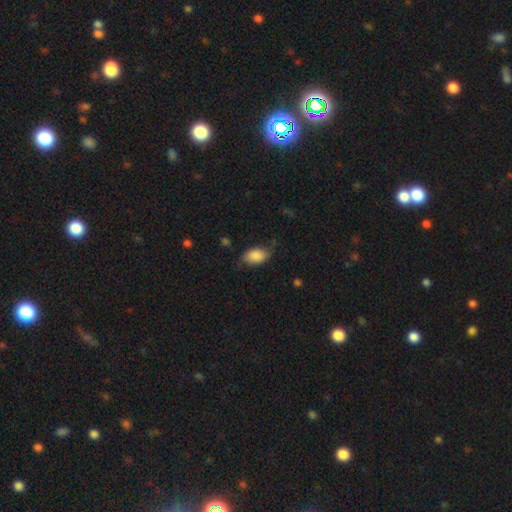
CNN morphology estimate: Smooth or featured? smooth (83%)
How rounded? in between (92%)
Merging? none (63%)